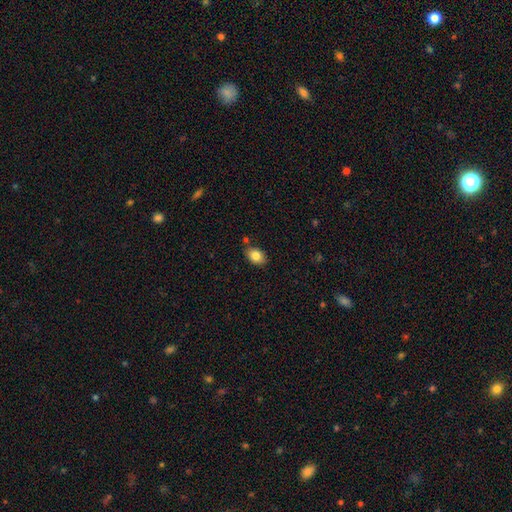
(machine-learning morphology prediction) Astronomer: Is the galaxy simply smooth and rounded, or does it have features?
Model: smooth — 83%.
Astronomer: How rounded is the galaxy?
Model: in between — 80%.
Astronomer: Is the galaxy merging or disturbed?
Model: none — 78%.